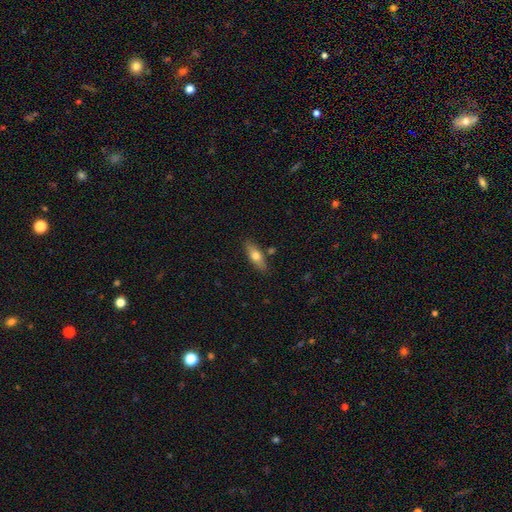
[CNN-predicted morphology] Smooth or featured? Predicted: smooth (p=0.67). How rounded? Predicted: in between (p=0.64). Merging? Predicted: none (p=0.81).